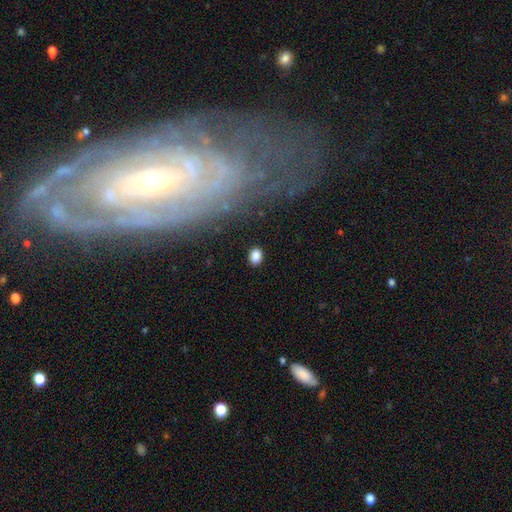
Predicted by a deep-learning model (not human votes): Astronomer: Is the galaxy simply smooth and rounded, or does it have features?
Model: smooth — 85%.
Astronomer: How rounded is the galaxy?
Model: in between — 67%.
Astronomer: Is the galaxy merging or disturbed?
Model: none — 87%.